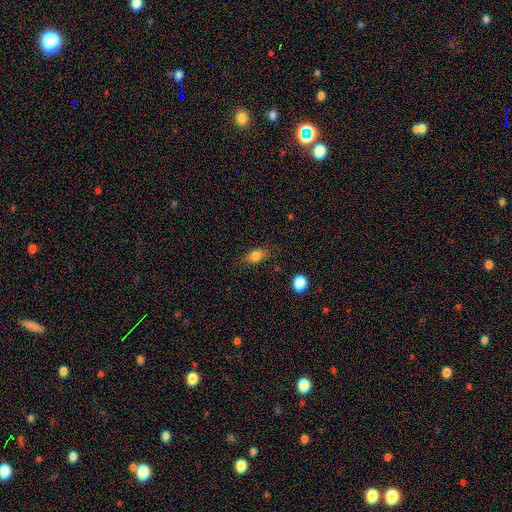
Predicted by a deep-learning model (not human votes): Overall: smooth (81%). How rounded: in between (79%). Merging: none (78%).